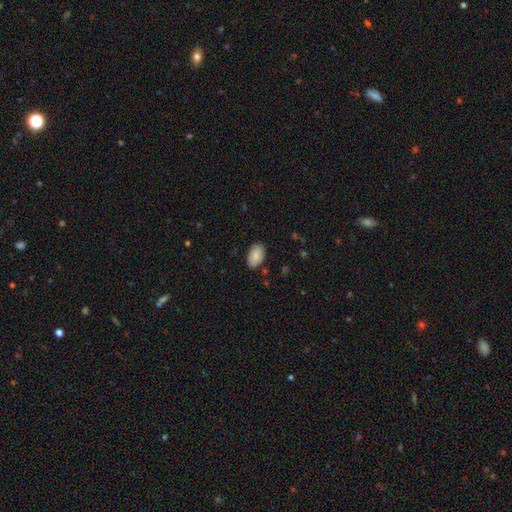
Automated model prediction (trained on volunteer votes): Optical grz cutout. It shows a smooth galaxy with no disk features (88%) that is in between round and cigar-shaped (93%). Merging: none (84%).